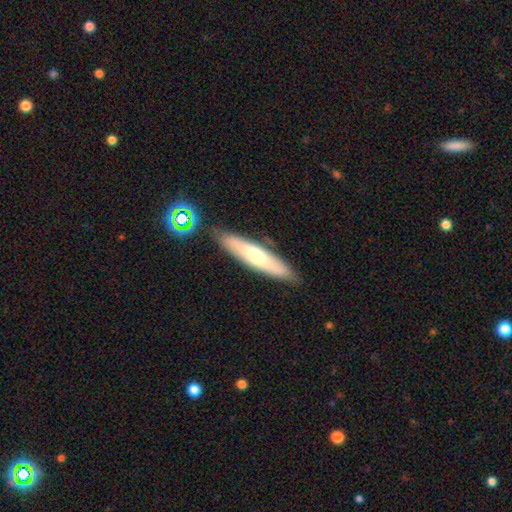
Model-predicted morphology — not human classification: type=smooth (47%); merging=none (82%).